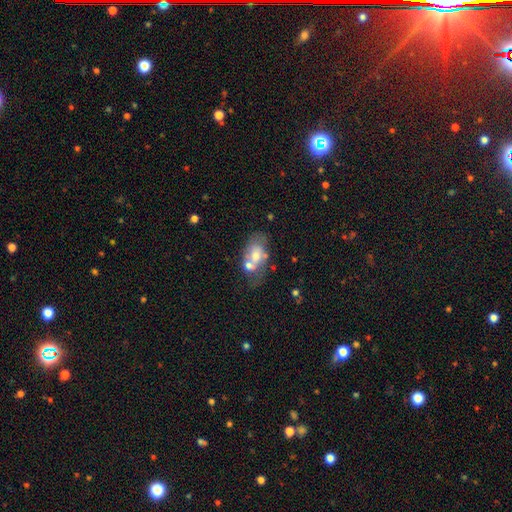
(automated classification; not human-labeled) Smooth or featured? smooth (49%)
Merging? merger (35%)